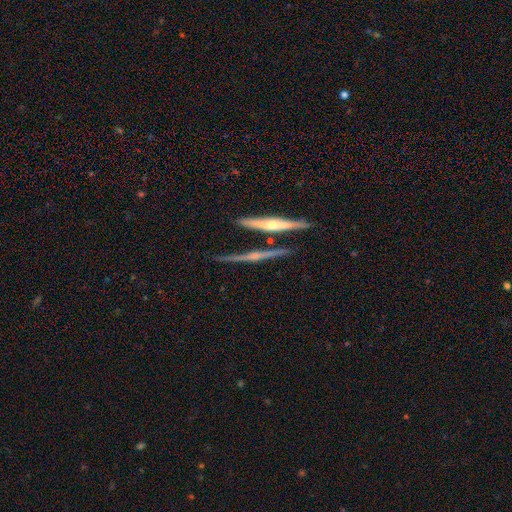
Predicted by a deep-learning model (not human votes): smooth-or-featured: featured or disk: 76% | smooth: 16% | star or artifact: 7%
  disk-edge-on: yes: 97% | no: 3%
    edge-on-bulge: rounded: 70% | none: 23% | boxy: 7%
  merging: none: 75% | merger: 13% | minor disturbance: 9% | major disturbance: 3%